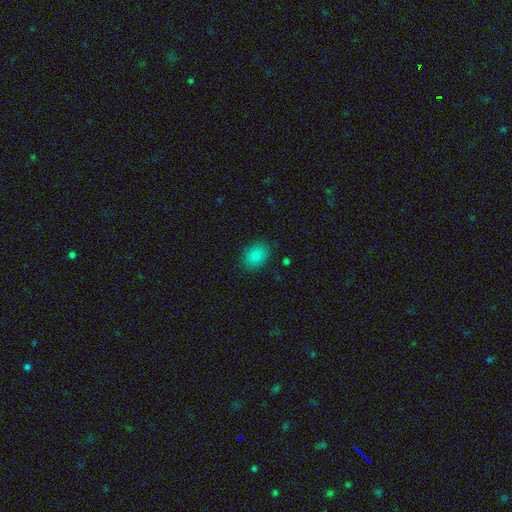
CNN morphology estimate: The model was most divided on "how rounded": in between: 68%, round: 31%, cigar-shaped: 1%. More confident: smooth or featured — smooth (86%); merging — none (86%).